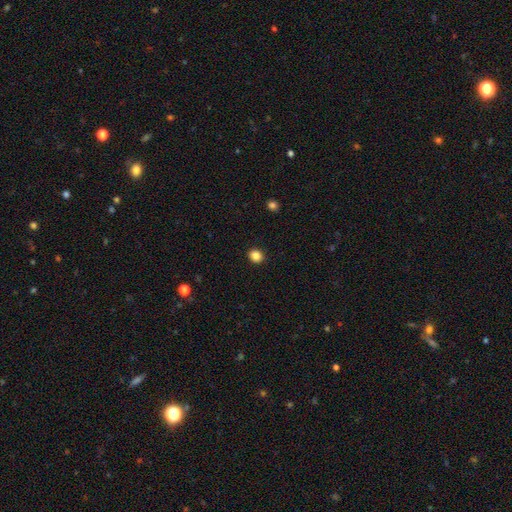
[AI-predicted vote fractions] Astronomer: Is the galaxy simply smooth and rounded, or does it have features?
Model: smooth — 86%.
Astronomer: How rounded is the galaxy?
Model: round — 73%.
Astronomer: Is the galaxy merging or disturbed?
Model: none — 91%.